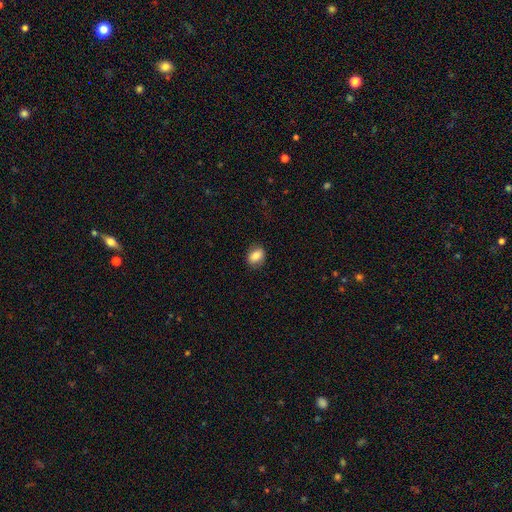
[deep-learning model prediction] Q: Smooth or featured?
A: smooth (84%); runner-up: star or artifact (8%)
Q: How rounded?
A: in between (66%); runner-up: round (32%)
Q: Merging?
A: none (85%); runner-up: minor disturbance (11%)